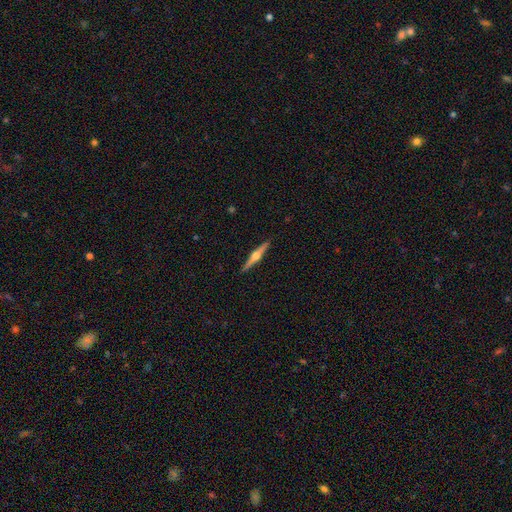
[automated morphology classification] A featured or disk galaxy (77%) viewed edge-on (98%) with a rounded central bulge (95%). Merging: none (92%).